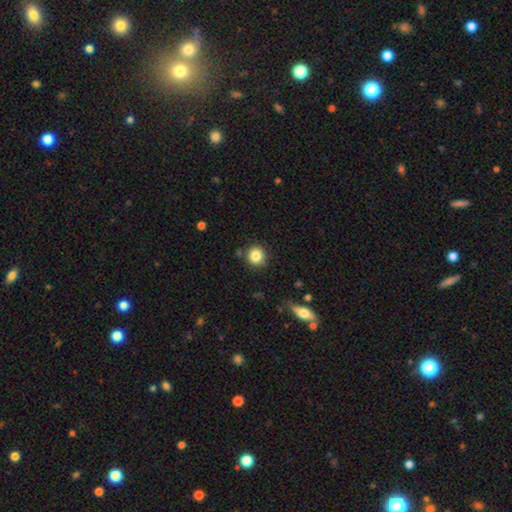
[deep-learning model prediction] Morphology: type=smooth (84%); roundness=round (89%); merging=none (85%).